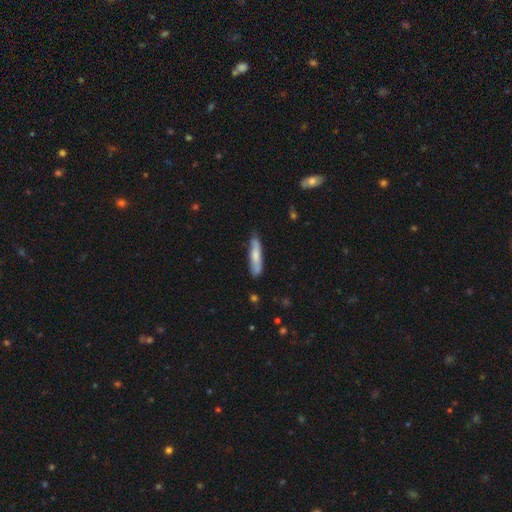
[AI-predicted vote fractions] smooth_or_featured: smooth (p=0.69) [alt: featured or disk p=0.25]
how_rounded: cigar-shaped (p=0.82) [alt: in between p=0.16]
merging: none (p=0.76) [alt: minor disturbance p=0.19]